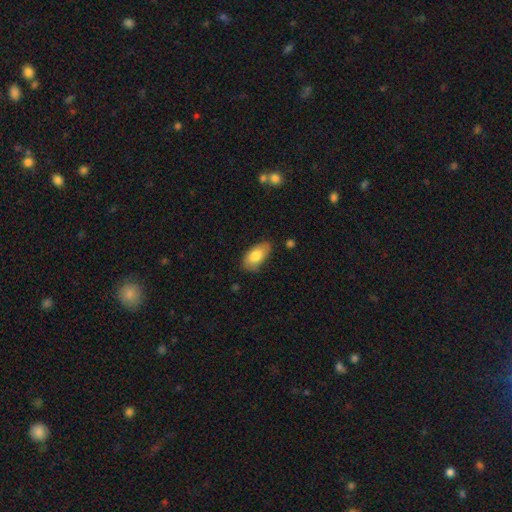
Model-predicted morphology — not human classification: Overall: smooth (78%). How rounded: in between (93%). Merging: none (71%).